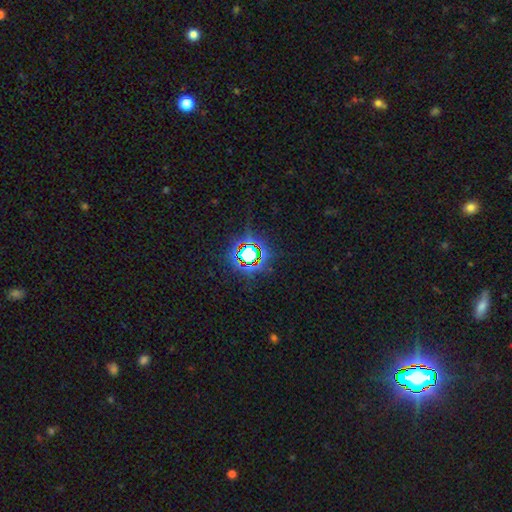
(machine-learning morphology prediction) Overall: star or artifact (81%).